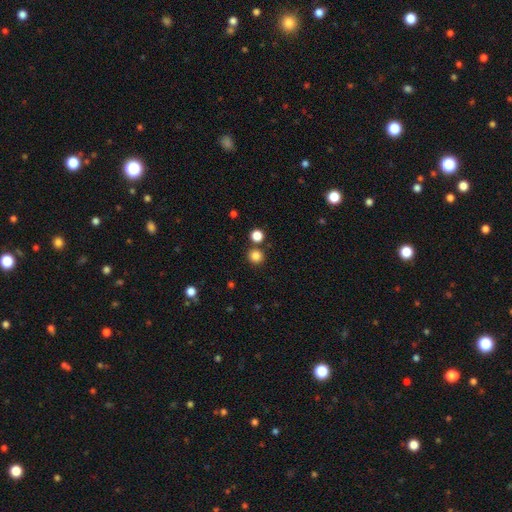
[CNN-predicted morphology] Smooth or featured: smooth — 83% (star or artifact — 13%)
How rounded: round — 94% (in between — 5%)
Merging: none — 83% (merger — 9%)